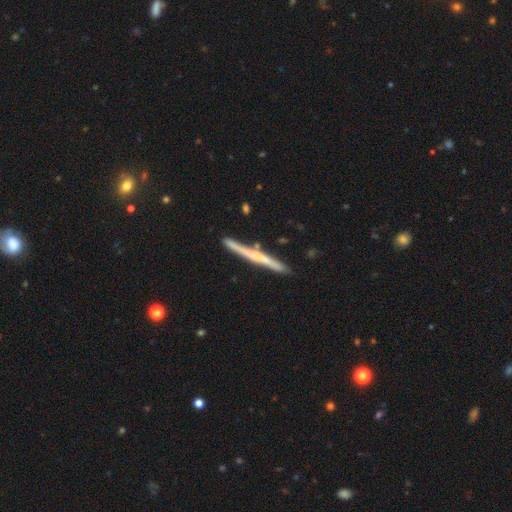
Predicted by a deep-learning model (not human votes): Smooth or featured? Predicted: featured or disk (p=0.67). Edge-on disk? Predicted: yes (p=0.97). Edge-on bulge? Predicted: none (p=0.50). Merging? Predicted: none (p=0.83).